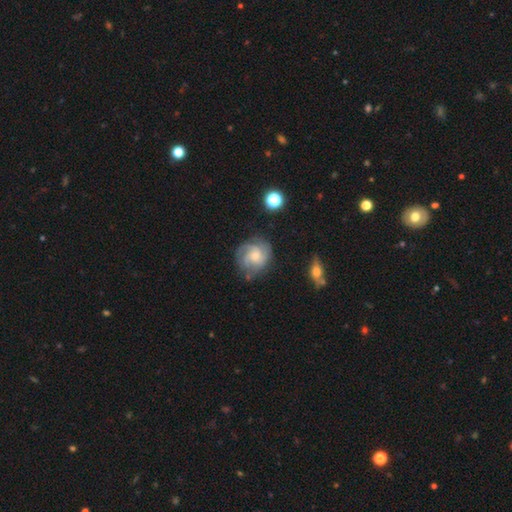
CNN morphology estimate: A featured or disk galaxy (78%) with no bar (67%), 3 (41%) tight (53%) spiral arms (96%) and a small central bulge (46%).

Vote fractions:
- Smooth or featured? featured or disk: 78% / smooth: 15% / star or artifact: 7%
- Edge-on disk? no: 98% / yes: 2%
- Bar? no: 67% / weak: 29% / strong: 4%
- Spiral arms? yes: 96% / no: 4%
- Spiral winding? tight: 53% / medium: 37% / loose: 10%
- Spiral arm count? 3: 41% / can't tell: 20% / 2: 18% / 4: 11% / 1: 5% / more than 4: 5%
- Bulge size? small: 46% / moderate: 42% / none: 6% / large: 4% / dominant: 1%
- Merging? none: 71% / minor disturbance: 19% / major disturbance: 8% / merger: 2%